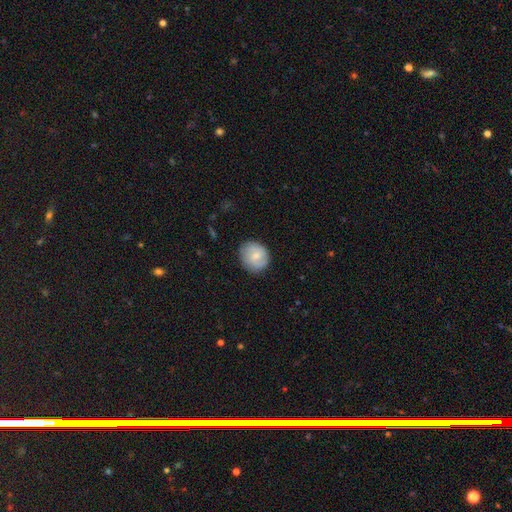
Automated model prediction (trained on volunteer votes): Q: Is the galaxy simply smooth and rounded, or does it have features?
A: smooth — 58%.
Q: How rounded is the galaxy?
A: round — 81%.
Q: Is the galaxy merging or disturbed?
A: none — 82%.